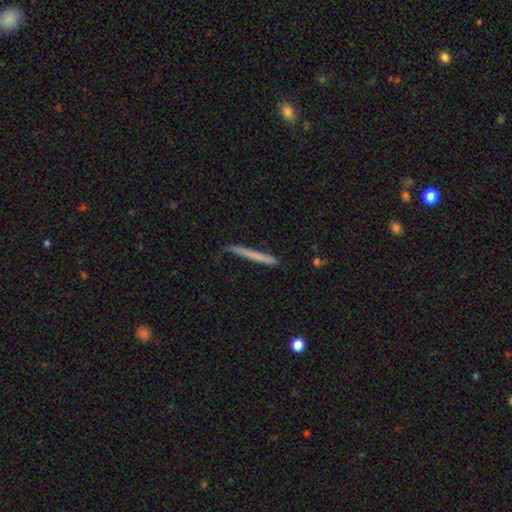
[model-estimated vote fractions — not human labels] smooth_or_featured: smooth (p=0.61) [alt: featured or disk p=0.33]
how_rounded: cigar-shaped (p=0.97) [alt: in between p=0.02]
merging: none (p=0.81) [alt: minor disturbance p=0.15]